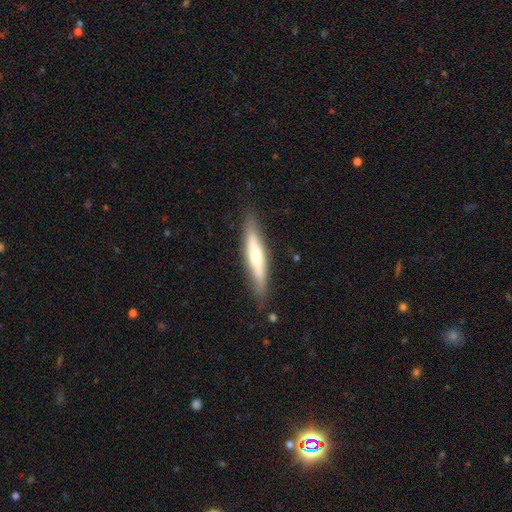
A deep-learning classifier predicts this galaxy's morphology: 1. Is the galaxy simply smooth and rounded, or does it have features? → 48% smooth, 47% featured or disk, 6% star or artifact.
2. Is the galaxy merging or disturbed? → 85% none, 12% minor disturbance, 2% major disturbance, 1% merger.